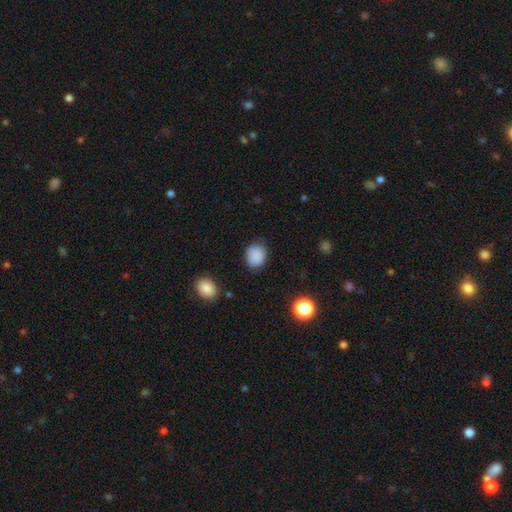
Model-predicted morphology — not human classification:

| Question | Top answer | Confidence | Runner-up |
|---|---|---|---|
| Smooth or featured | smooth | 87% | star or artifact (9%) |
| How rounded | round | 63% | in between (37%) |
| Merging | none | 82% | minor disturbance (14%) |